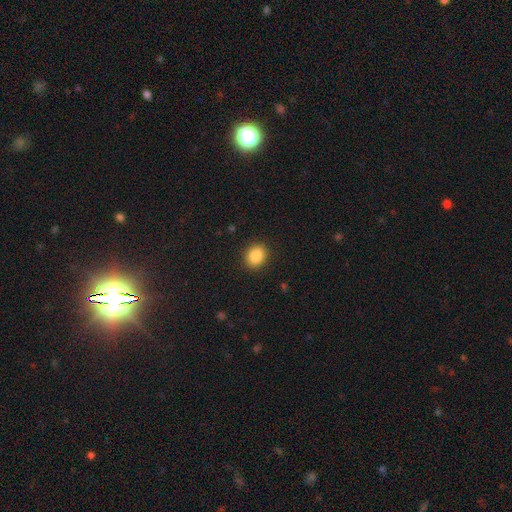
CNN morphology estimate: smooth_or_featured: smooth (p=0.88) [alt: star or artifact p=0.09]
how_rounded: round (p=0.54) [alt: in between p=0.45]
merging: none (p=0.90) [alt: minor disturbance p=0.07]